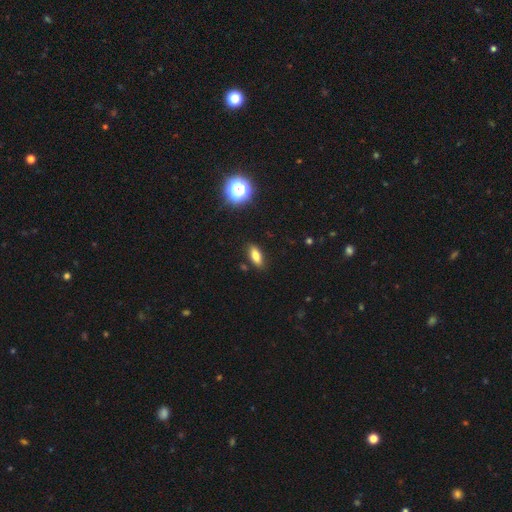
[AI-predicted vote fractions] Smooth or featured? Predicted: smooth (p=0.79). How rounded? Predicted: in between (p=0.79). Merging? Predicted: none (p=0.86).